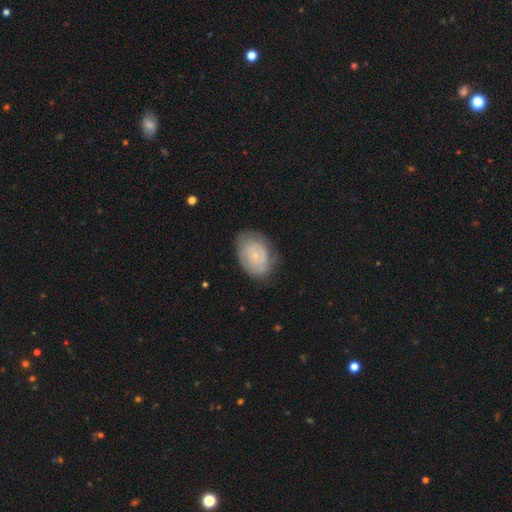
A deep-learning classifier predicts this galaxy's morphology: smooth-or-featured: featured or disk: 52% | smooth: 40% | star or artifact: 7%
  disk-edge-on: no: 97% | yes: 3%
    bar: no: 79% | weak: 19% | strong: 3%
    has-spiral-arms: yes: 75% | no: 25%
    bulge-size: small: 75% | moderate: 13% | none: 9% | large: 1% | dominant: 1%
  merging: none: 66% | minor disturbance: 24% | major disturbance: 8% | merger: 1%